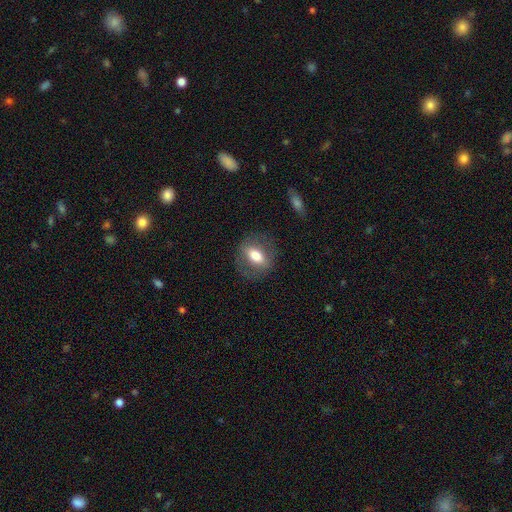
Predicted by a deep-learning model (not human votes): A smooth galaxy with no disk features (64%) that is in between round and cigar-shaped (69%).

Vote fractions:
- Smooth or featured? smooth: 64% / featured or disk: 28% / star or artifact: 8%
- How rounded? in between: 69% / round: 27% / cigar-shaped: 4%
- Merging? none: 79% / minor disturbance: 13% / major disturbance: 7% / merger: 1%